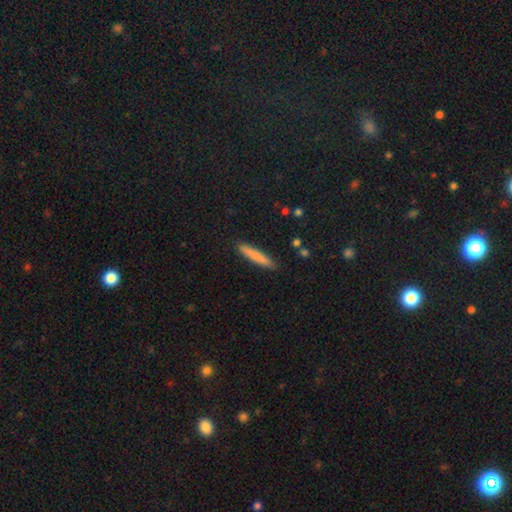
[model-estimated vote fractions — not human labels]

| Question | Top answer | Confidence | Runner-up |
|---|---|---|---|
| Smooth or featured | smooth | 79% | featured or disk (15%) |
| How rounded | cigar-shaped | 93% | in between (6%) |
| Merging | none | 89% | minor disturbance (8%) |